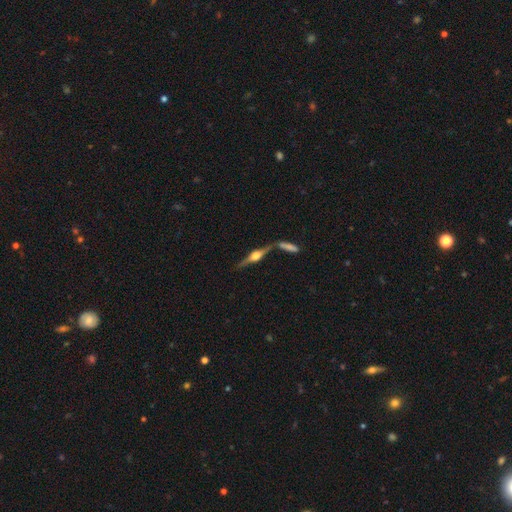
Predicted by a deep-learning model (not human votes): featured or disk 83%, smooth 12%, star or artifact 6%. Down the decision tree: edge-on disk — yes (97%); edge-on bulge — rounded (93%); merging — none (71%).